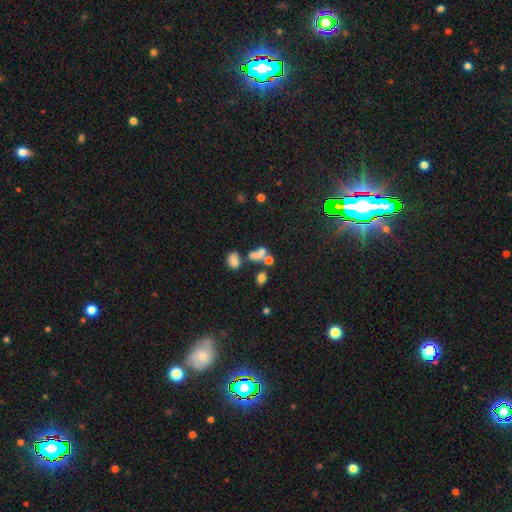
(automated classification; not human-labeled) Smooth or featured: smooth — 61% (star or artifact — 21%)
How rounded: in between — 65% (round — 31%)
Merging: merger — 48% (none — 29%)